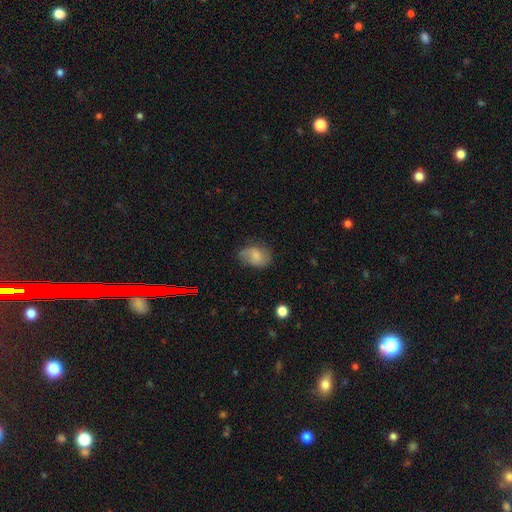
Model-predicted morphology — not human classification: A smooth galaxy with no disk features (64%) that is in between round and cigar-shaped (76%).

Vote fractions:
- Smooth or featured? smooth: 64% / featured or disk: 27% / star or artifact: 9%
- How rounded? in between: 76% / round: 23% / cigar-shaped: 1%
- Merging? none: 58% / minor disturbance: 29% / major disturbance: 11% / merger: 2%